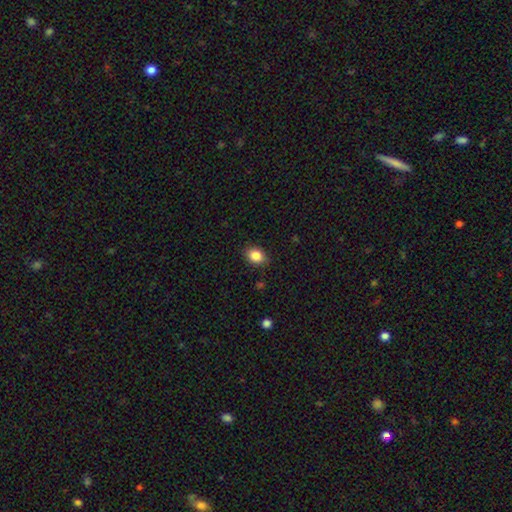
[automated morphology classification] smooth_or_featured: smooth (p=0.86) [alt: star or artifact p=0.09]
how_rounded: in between (p=0.62) [alt: round p=0.37]
merging: none (p=0.86) [alt: minor disturbance p=0.11]